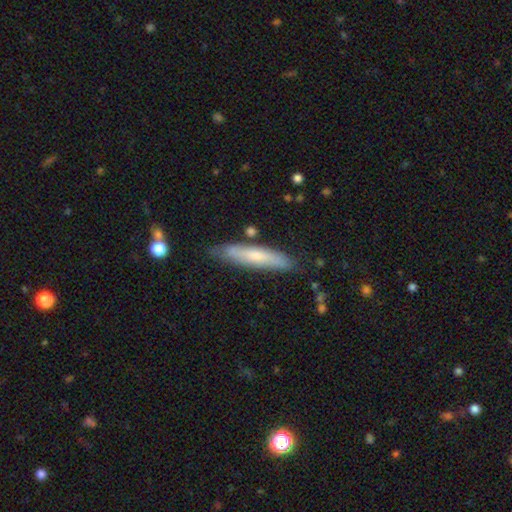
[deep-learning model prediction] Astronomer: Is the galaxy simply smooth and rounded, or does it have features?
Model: smooth — 61%.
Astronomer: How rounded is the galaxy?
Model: cigar-shaped — 86%.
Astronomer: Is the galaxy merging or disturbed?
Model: none — 78%.